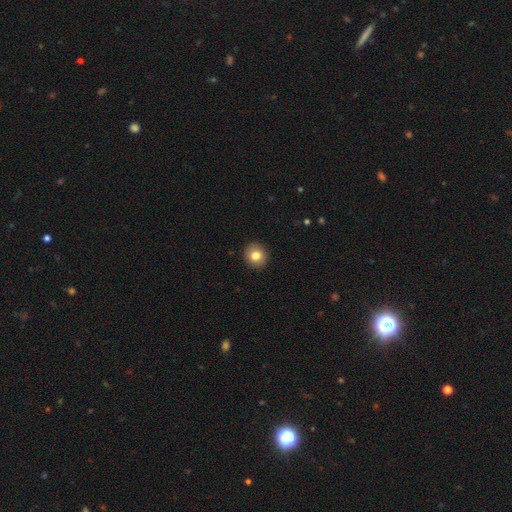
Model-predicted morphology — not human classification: Overall: smooth (82%). How rounded: round (88%). Merging: none (92%).